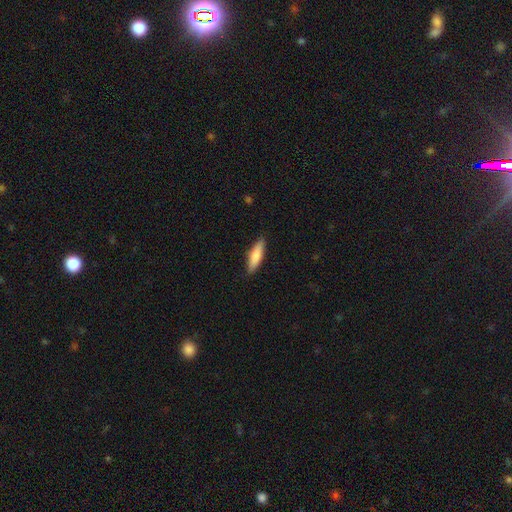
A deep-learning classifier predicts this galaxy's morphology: Smooth or featured?
  - smooth: 77% *
  - featured or disk: 17%
  - star or artifact: 5%
How rounded?
  - cigar-shaped: 63% *
  - in between: 36%
  - round: 2%
Merging?
  - none: 88% *
  - minor disturbance: 9%
  - major disturbance: 2%
  - merger: 1%